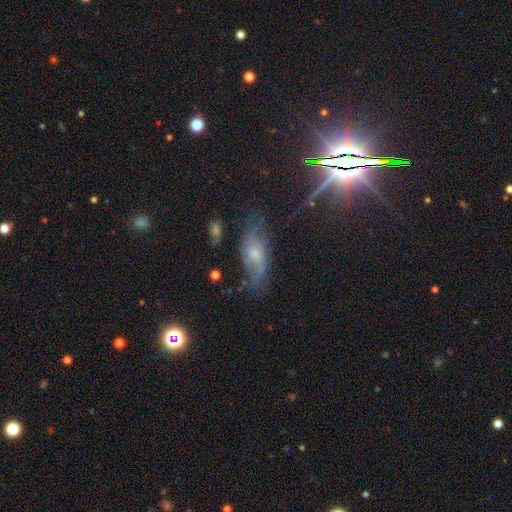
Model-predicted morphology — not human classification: This appears to be a featured or disk galaxy (53%). Merging: none (61%).